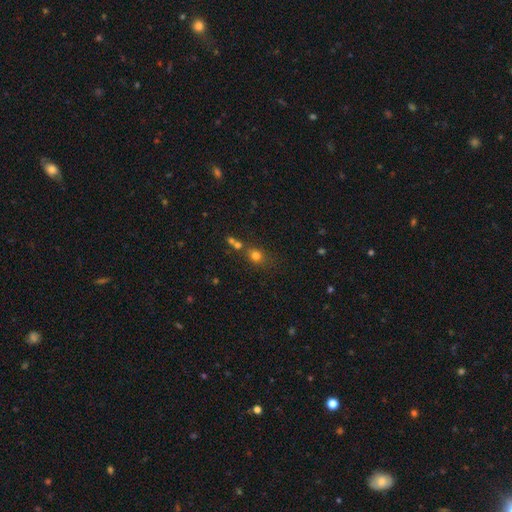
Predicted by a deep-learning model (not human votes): Smooth or featured? Predicted: smooth (p=0.73). How rounded? Predicted: round (p=0.76). Merging? Predicted: none (p=0.64).